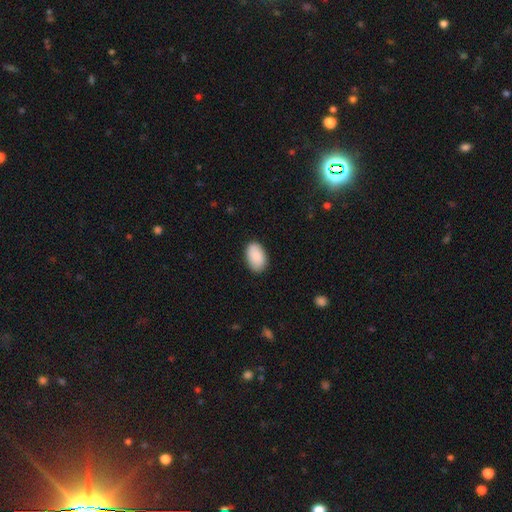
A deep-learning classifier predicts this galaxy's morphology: smooth_or_featured: smooth (p=0.90) [alt: star or artifact p=0.06]
how_rounded: in between (p=0.93) [alt: round p=0.06]
merging: none (p=0.86) [alt: minor disturbance p=0.11]